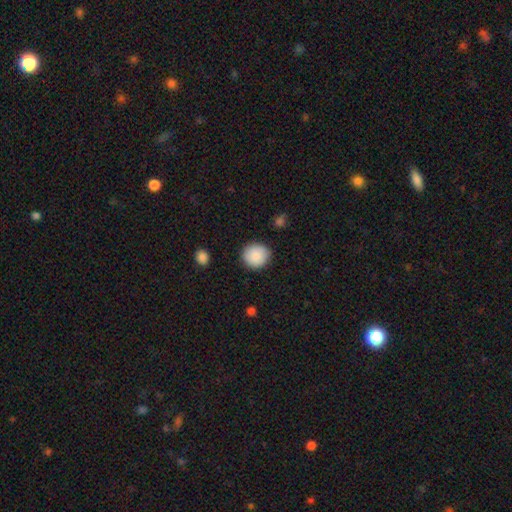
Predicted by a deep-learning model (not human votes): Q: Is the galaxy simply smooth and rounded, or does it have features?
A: smooth — 88%.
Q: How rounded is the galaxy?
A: round — 87%.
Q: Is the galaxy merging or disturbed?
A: none — 87%.